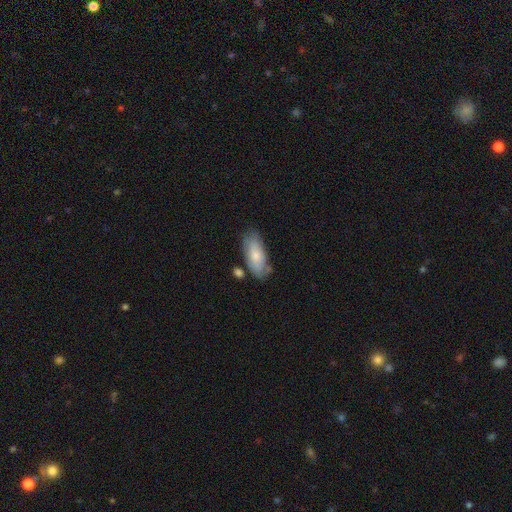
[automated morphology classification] The model was most divided on "merging": none: 64%, minor disturbance: 23%, merger: 7%, major disturbance: 6%. More confident: how rounded — in between (89%); smooth or featured — smooth (68%).